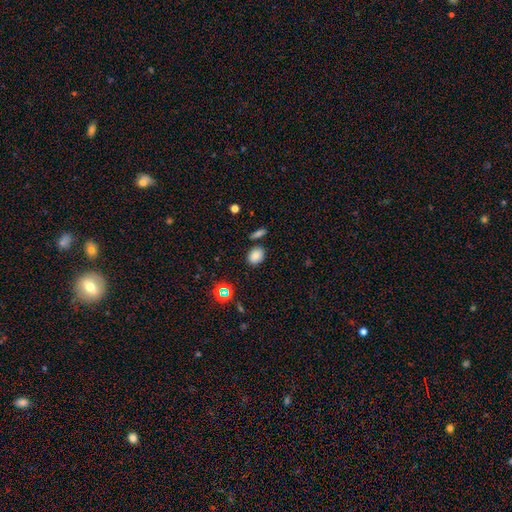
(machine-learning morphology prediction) Overall: smooth (78%). How rounded: in between (60%; round 38%). Merging: none (78%).